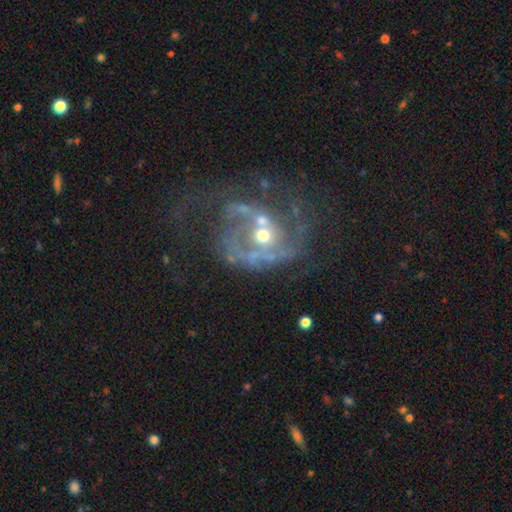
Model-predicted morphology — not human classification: A featured or disk galaxy (84%) with no bar (70%), 2 (43%) medium (44%) spiral arms (84%) and a moderate central bulge (51%). Merging: major disturbance (38%).